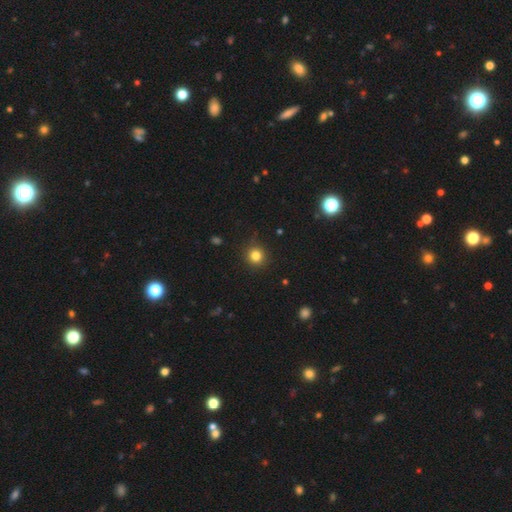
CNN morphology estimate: smooth 82%, star or artifact 13%, featured or disk 5%. Down the decision tree: how rounded — round (92%); merging — none (89%).